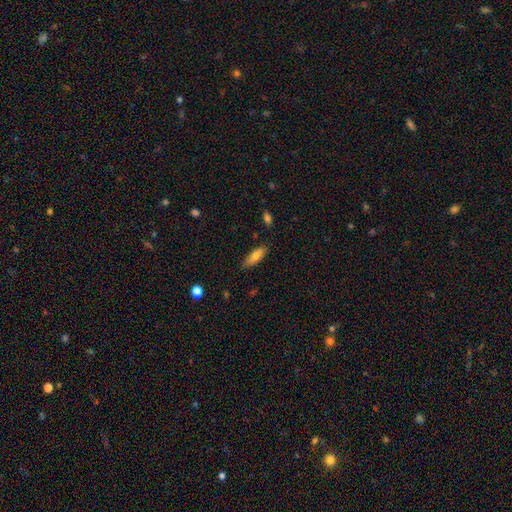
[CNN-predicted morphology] A smooth galaxy with no disk features (74%) that is in between round and cigar-shaped (53%). Merging: none (82%).